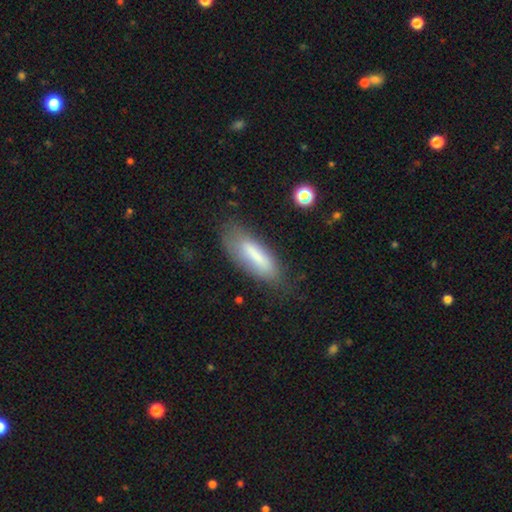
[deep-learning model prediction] This appears to be a smooth galaxy with no disk features (71%) that is cigar-shaped (52%). Merging: none (69%).